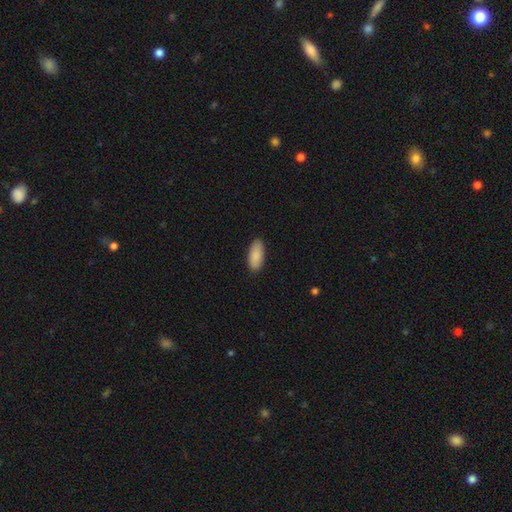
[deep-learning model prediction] Smooth or featured? Predicted: smooth (p=0.90). How rounded? Predicted: in between (p=0.86). Merging? Predicted: none (p=0.89).